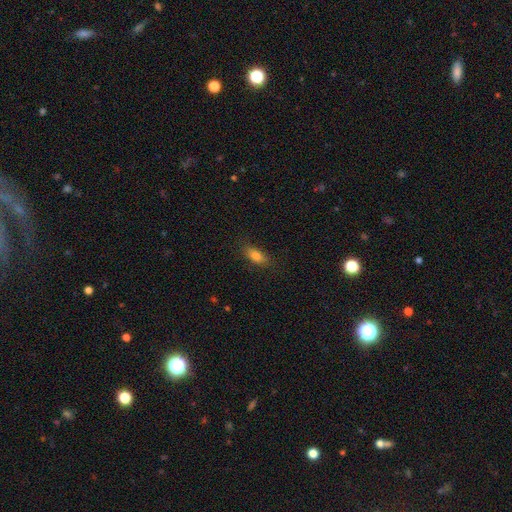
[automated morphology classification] Overall: smooth (81%). How rounded: in between (79%). Merging: none (82%).